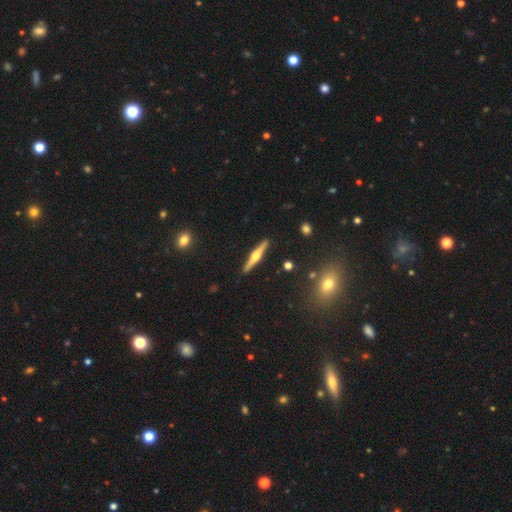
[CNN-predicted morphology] This appears to be a featured or disk galaxy (74%) viewed edge-on (98%) with a rounded central bulge (93%). Merging: none (91%).